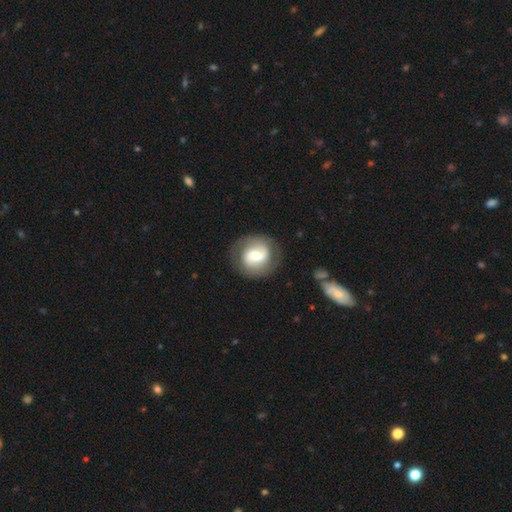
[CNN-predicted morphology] type=featured or disk (65%); edge-on=no (97%); bar=weak (43%); spiral arms=yes (85%); winding=medium (42%); arm count=2 (82%); bulge=moderate (60%); merging=none (81%).